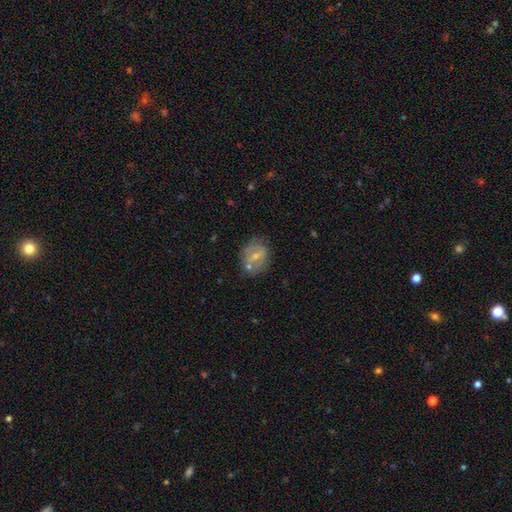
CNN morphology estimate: A smooth galaxy with no disk features (50%) that is round (53%).

Vote fractions:
- Smooth or featured? smooth: 50% / featured or disk: 40% / star or artifact: 9%
- How rounded? round: 53% / in between: 45% / cigar-shaped: 2%
- Merging? none: 61% / minor disturbance: 18% / merger: 14% / major disturbance: 7%